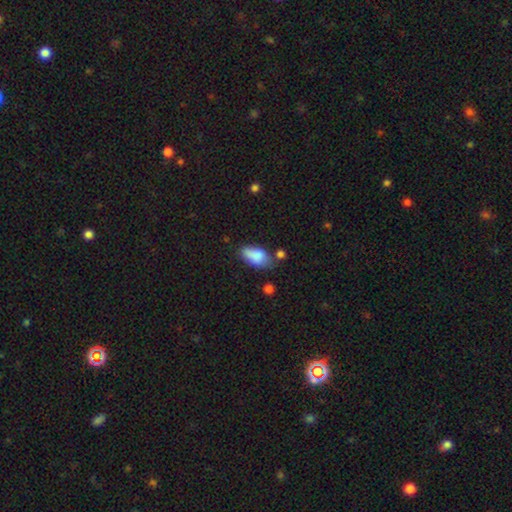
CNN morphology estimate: Smooth or featured?
  - smooth: 82% *
  - featured or disk: 10%
  - star or artifact: 8%
How rounded?
  - in between: 90% *
  - cigar-shaped: 6%
  - round: 4%
Merging?
  - none: 47% *
  - minor disturbance: 32%
  - merger: 11%
  - major disturbance: 10%